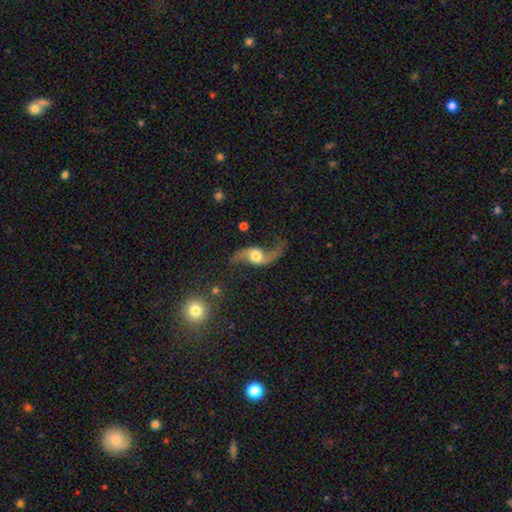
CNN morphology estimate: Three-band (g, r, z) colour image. It shows a featured or disk galaxy (85%) with no bar (60%), 2 (94%) loose (92%) spiral arms (96%) and a moderate central bulge (58%). Merging: none (68%).